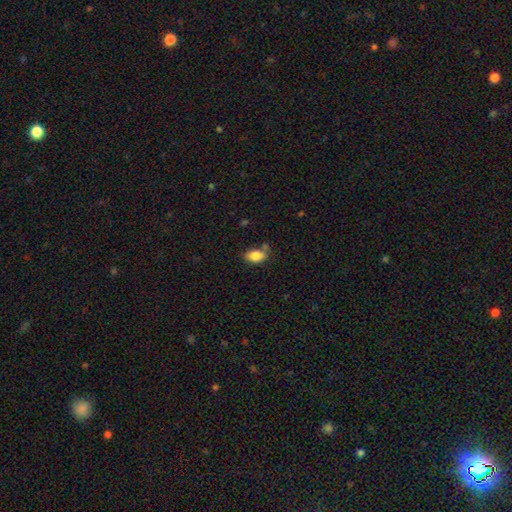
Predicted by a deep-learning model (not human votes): Q: Smooth or featured?
A: smooth (85%); runner-up: star or artifact (8%)
Q: How rounded?
A: in between (88%); runner-up: round (10%)
Q: Merging?
A: none (61%); runner-up: minor disturbance (22%)